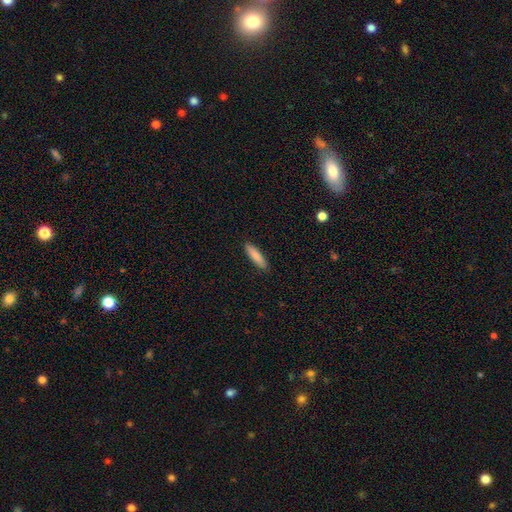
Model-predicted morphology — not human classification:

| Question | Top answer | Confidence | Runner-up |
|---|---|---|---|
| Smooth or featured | smooth | 82% | featured or disk (12%) |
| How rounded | cigar-shaped | 78% | in between (21%) |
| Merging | none | 90% | minor disturbance (7%) |